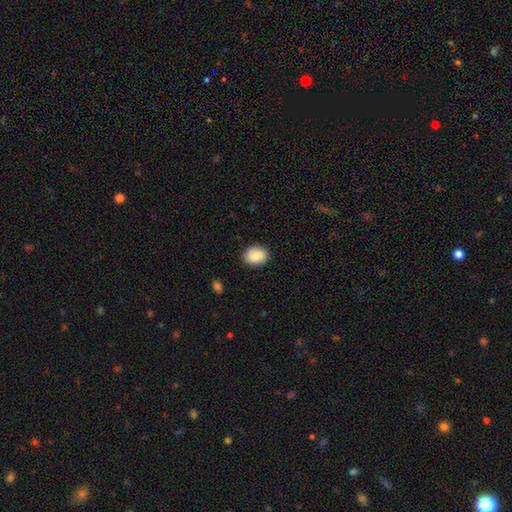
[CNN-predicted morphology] Smooth or featured: smooth — 87% (star or artifact — 7%)
How rounded: in between — 61% (round — 38%)
Merging: none — 87% (minor disturbance — 10%)